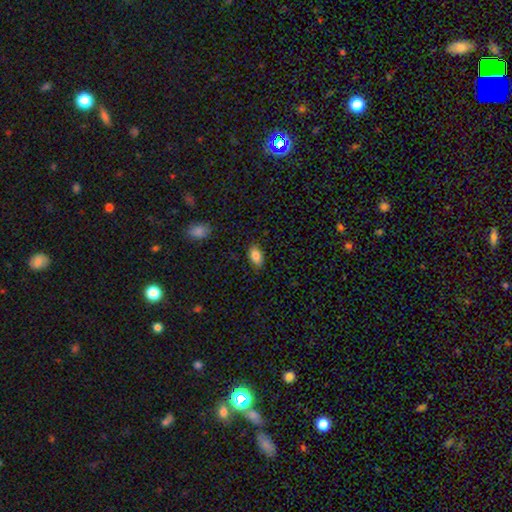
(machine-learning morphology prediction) smooth 85%, star or artifact 8%, featured or disk 7%. Down the decision tree: how rounded — in between (91%); merging — none (84%).